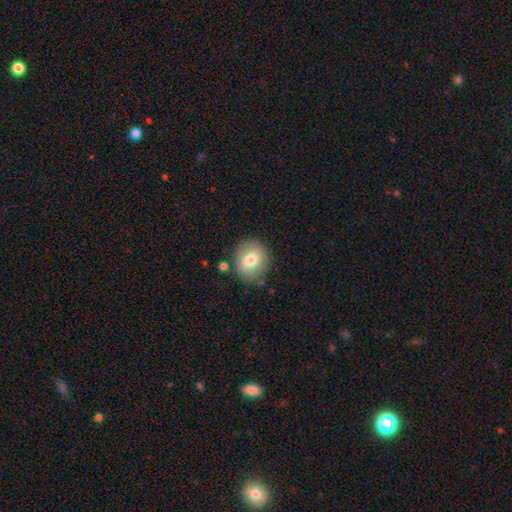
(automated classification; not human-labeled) Smooth or featured? Predicted: smooth (p=0.71). How rounded? Predicted: round (p=0.67). Merging? Predicted: none (p=0.82).